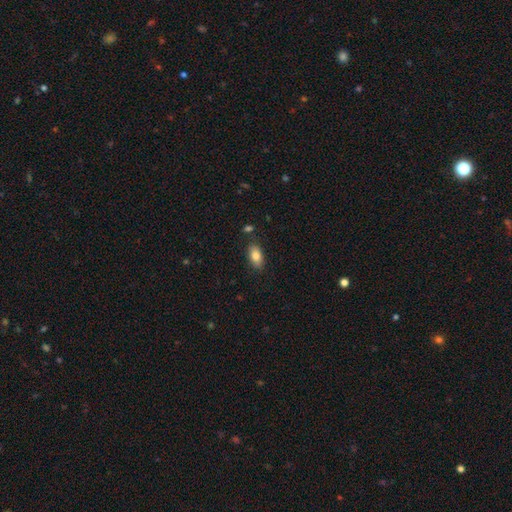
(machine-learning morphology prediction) Smooth or featured: smooth — 83% (featured or disk — 9%)
How rounded: in between — 90% (cigar-shaped — 5%)
Merging: none — 84% (minor disturbance — 11%)